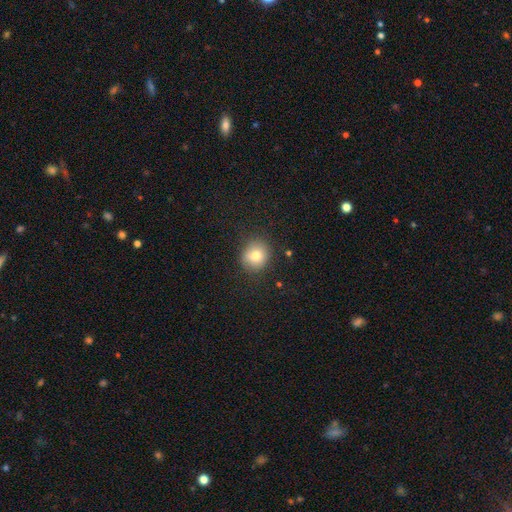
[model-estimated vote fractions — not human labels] smooth-or-featured: smooth: 77% | featured or disk: 12% | star or artifact: 11%
  how-rounded: round: 78% | in between: 21% | cigar-shaped: 1%
  merging: none: 85% | minor disturbance: 10% | major disturbance: 4% | merger: 1%